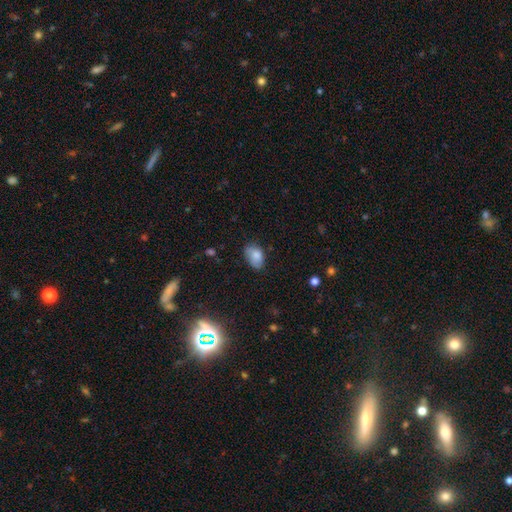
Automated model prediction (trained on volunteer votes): This is likely a smooth galaxy (80%). How rounded: clearly in between (87%). Merging: likely none (64%).